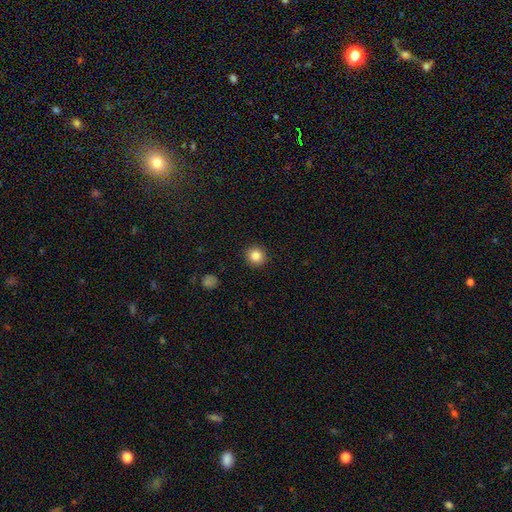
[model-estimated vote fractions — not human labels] Smooth or featured?
  - smooth: 85% *
  - star or artifact: 10%
  - featured or disk: 5%
How rounded?
  - round: 91% *
  - in between: 8%
  - cigar-shaped: 1%
Merging?
  - none: 92% *
  - minor disturbance: 5%
  - major disturbance: 2%
  - merger: 1%